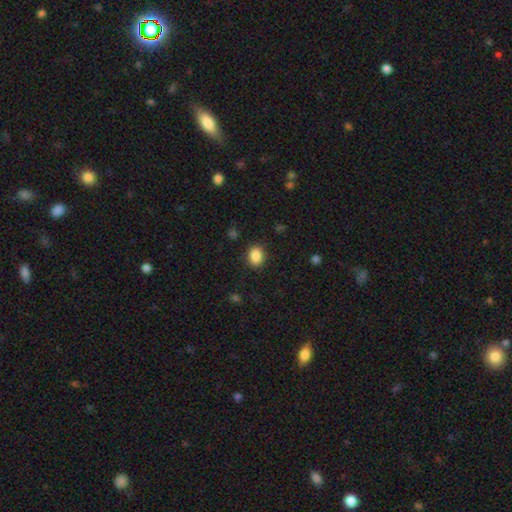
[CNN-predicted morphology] type=smooth (87%); roundness=in between (61%); merging=none (87%).